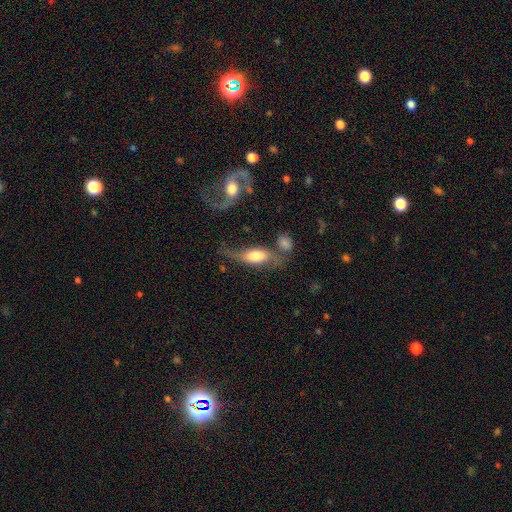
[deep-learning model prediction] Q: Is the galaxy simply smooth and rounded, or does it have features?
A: smooth — 50%.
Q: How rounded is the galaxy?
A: in between — 74%.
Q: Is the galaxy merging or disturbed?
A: none — 35%.